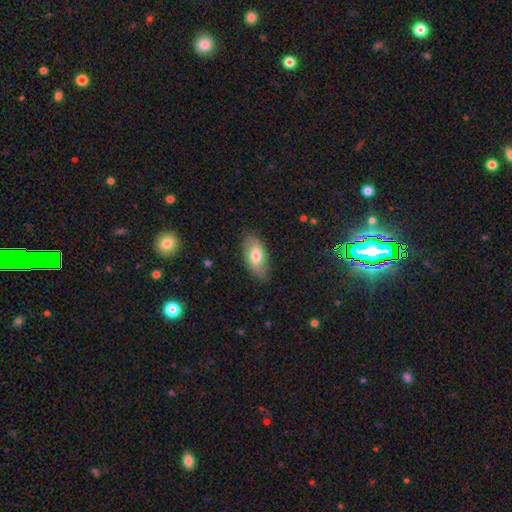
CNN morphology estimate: smooth-or-featured: smooth: 68% | featured or disk: 25% | star or artifact: 6%
  how-rounded: in between: 92% | cigar-shaped: 4% | round: 3%
  merging: none: 79% | minor disturbance: 16% | major disturbance: 4% | merger: 1%